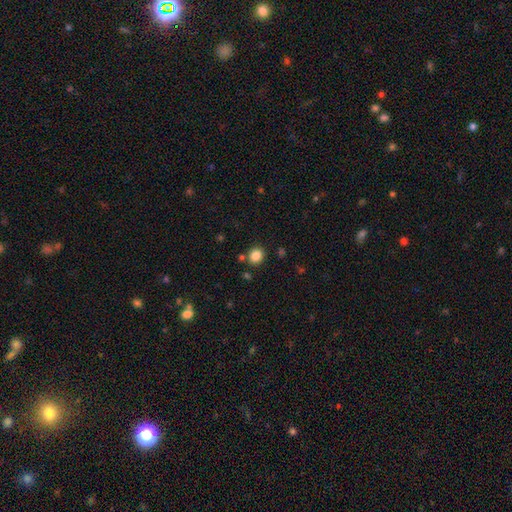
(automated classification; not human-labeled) Morphology: type=smooth (85%); roundness=round (77%); merging=none (82%).